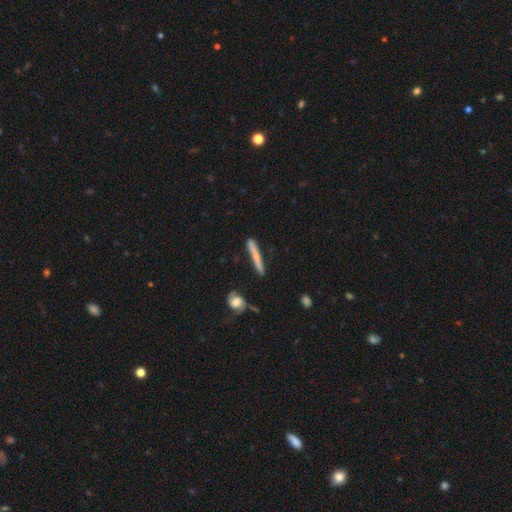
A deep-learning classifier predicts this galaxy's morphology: Smooth or featured?
  - smooth: 55% *
  - featured or disk: 39%
  - star or artifact: 6%
How rounded?
  - cigar-shaped: 95% *
  - in between: 3%
  - round: 2%
Merging?
  - none: 81% *
  - minor disturbance: 13%
  - merger: 3%
  - major disturbance: 3%